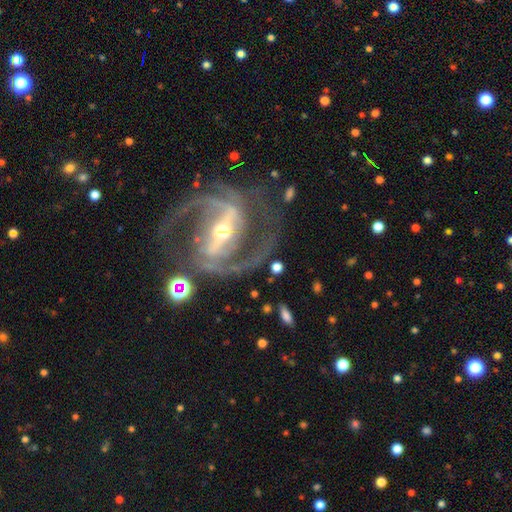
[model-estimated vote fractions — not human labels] A featured or disk galaxy (92%) with a strong bar (70%), 2 (88%) medium (60%) spiral arms (98%) and a small central bulge (48%). Merging: none (73%).